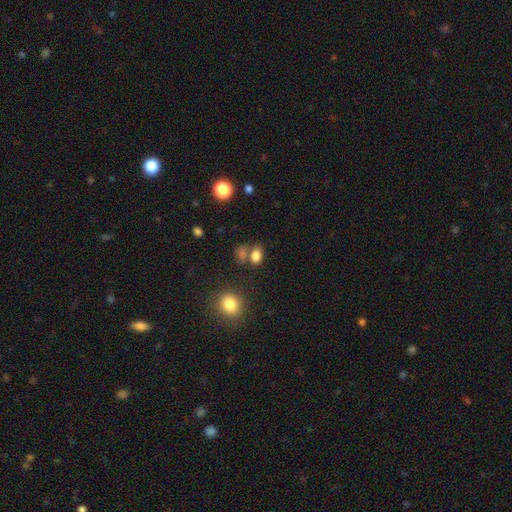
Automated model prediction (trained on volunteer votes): The model was most divided on "merging": none: 54%, merger: 27%, minor disturbance: 13%, major disturbance: 6%. More confident: smooth or featured — smooth (81%); how rounded — in between (77%).